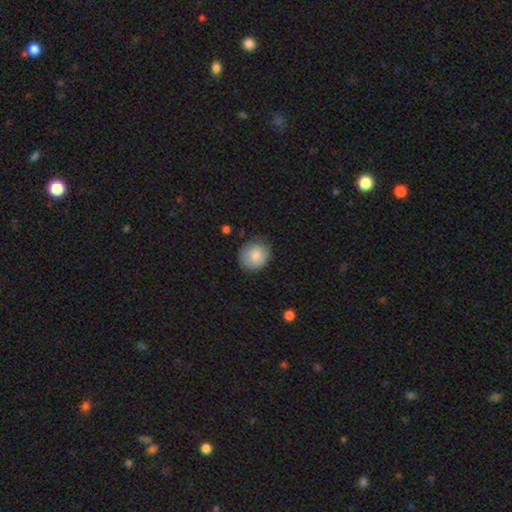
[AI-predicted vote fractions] The model was most divided on "merging": none: 78%, minor disturbance: 17%, major disturbance: 4%, merger: 1%. More confident: smooth or featured — smooth (81%); how rounded — round (81%).